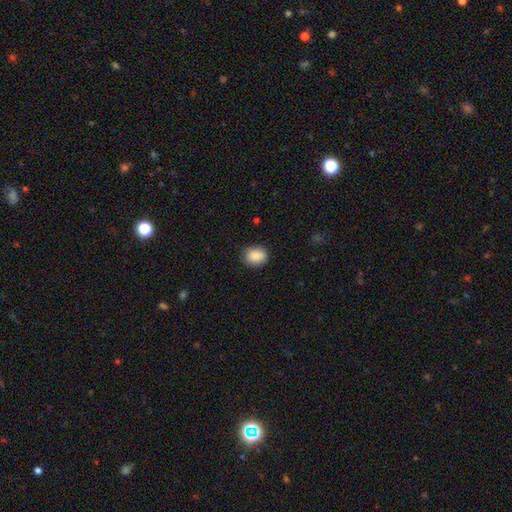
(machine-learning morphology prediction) Q: Smooth or featured?
A: smooth (89%); runner-up: star or artifact (7%)
Q: How rounded?
A: in between (54%); runner-up: round (45%)
Q: Merging?
A: none (82%); runner-up: minor disturbance (14%)